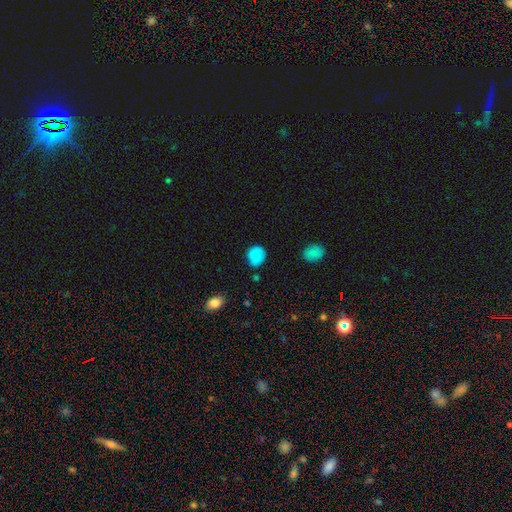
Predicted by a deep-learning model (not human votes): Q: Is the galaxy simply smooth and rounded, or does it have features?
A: smooth — 79%.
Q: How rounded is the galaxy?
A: round — 76%.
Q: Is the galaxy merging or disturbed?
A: none — 75%.